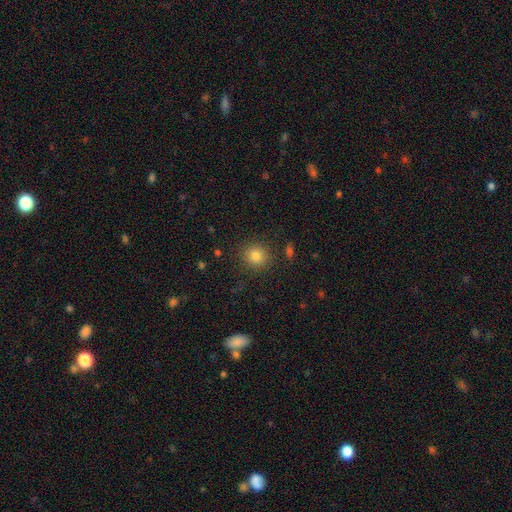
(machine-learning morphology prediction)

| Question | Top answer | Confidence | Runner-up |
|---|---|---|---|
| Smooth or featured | smooth | 80% | star or artifact (13%) |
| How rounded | round | 89% | in between (10%) |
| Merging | none | 88% | minor disturbance (8%) |